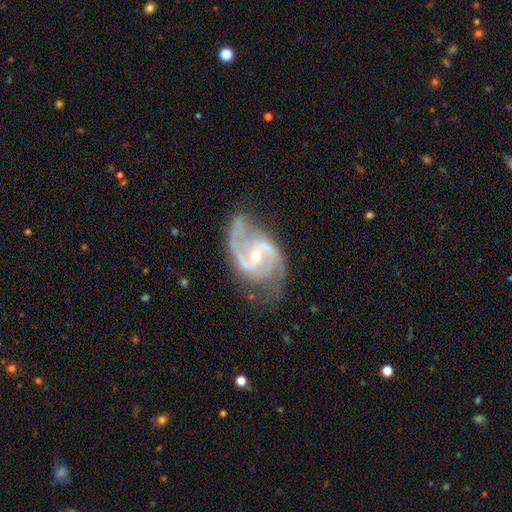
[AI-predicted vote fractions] This appears to be a featured or disk galaxy (92%) with a weak bar (49%), 2 (87%) medium (60%) spiral arms (98%) and a small central bulge (61%). Merging: none (67%).